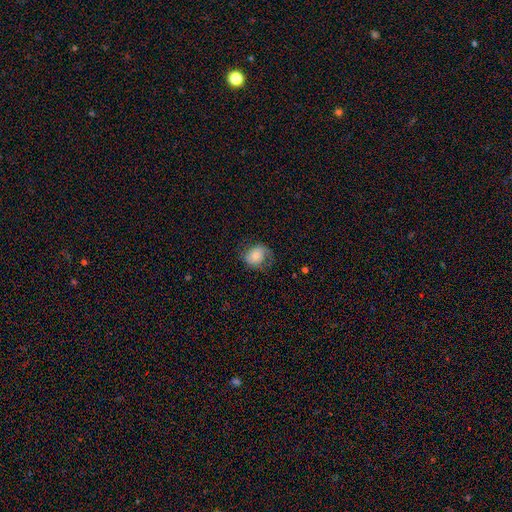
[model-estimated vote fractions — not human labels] This appears to be a smooth galaxy with no disk features (63%) that is round (54%). Merging: none (55%).